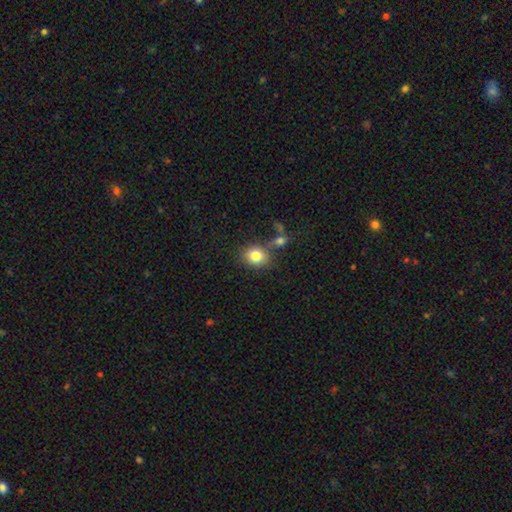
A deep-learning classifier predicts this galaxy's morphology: Smooth or featured? smooth (82%)
How rounded? round (66%)
Merging? none (64%)